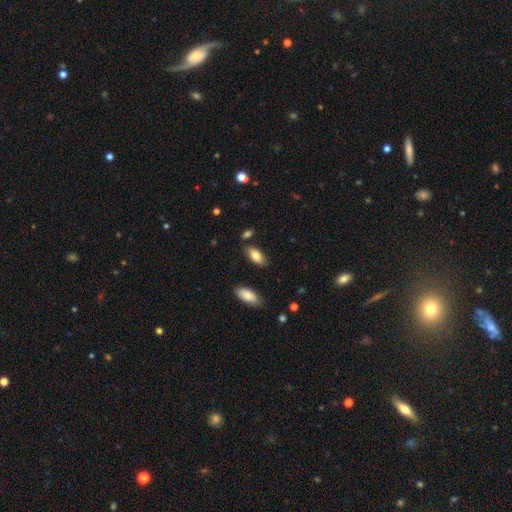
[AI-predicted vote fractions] smooth_or_featured: smooth (p=0.82) [alt: featured or disk p=0.11]
how_rounded: in between (p=0.90) [alt: cigar-shaped p=0.07]
merging: none (p=0.82) [alt: minor disturbance p=0.11]